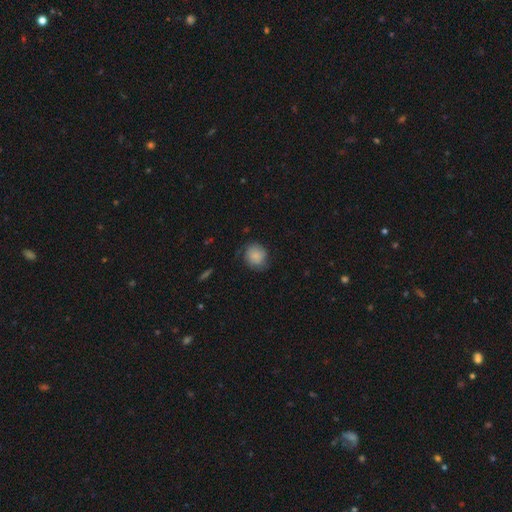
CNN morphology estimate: smooth 78%, featured or disk 14%, star or artifact 8%. Down the decision tree: how rounded — round (81%); merging — none (69%).